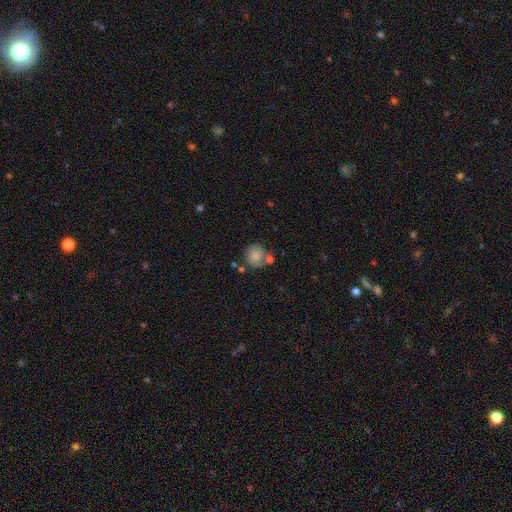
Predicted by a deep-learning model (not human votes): The model was most divided on "merging": none: 60%, merger: 18%, minor disturbance: 16%, major disturbance: 5%. More confident: how rounded — round (88%); smooth or featured — smooth (76%).